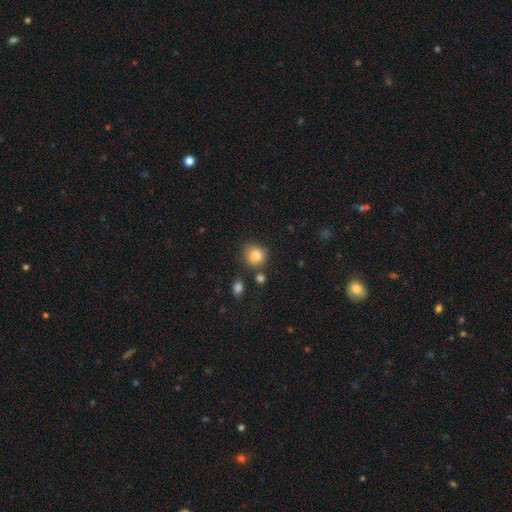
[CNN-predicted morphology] Smooth or featured: smooth — 82% (star or artifact — 11%)
How rounded: round — 85% (in between — 14%)
Merging: none — 75% (minor disturbance — 14%)